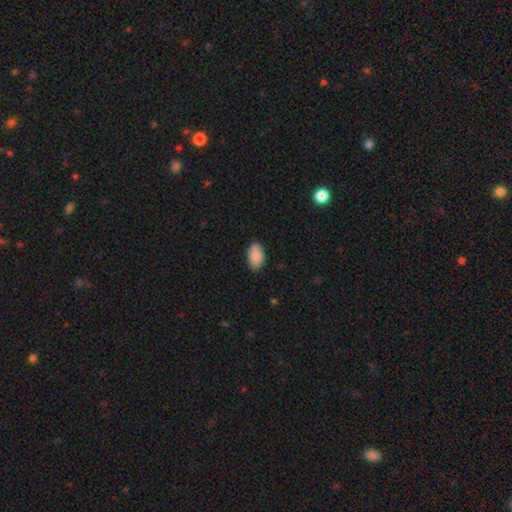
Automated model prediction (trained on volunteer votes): smooth_or_featured: smooth (p=0.87) [alt: star or artifact p=0.07]
how_rounded: in between (p=0.93) [alt: round p=0.06]
merging: none (p=0.81) [alt: minor disturbance p=0.15]